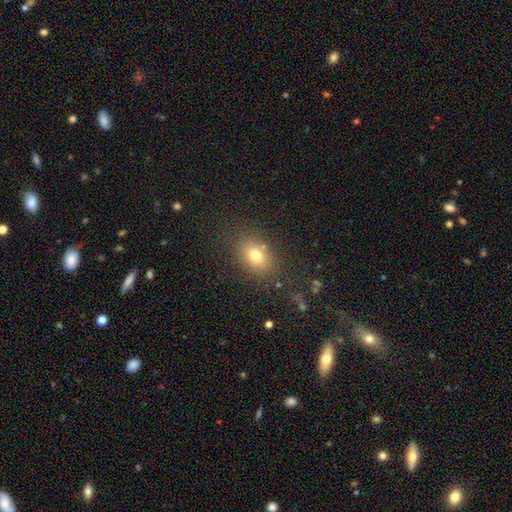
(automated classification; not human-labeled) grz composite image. It shows a smooth galaxy with no disk features (76%) that is in between round and cigar-shaped (72%). Merging: none (80%).